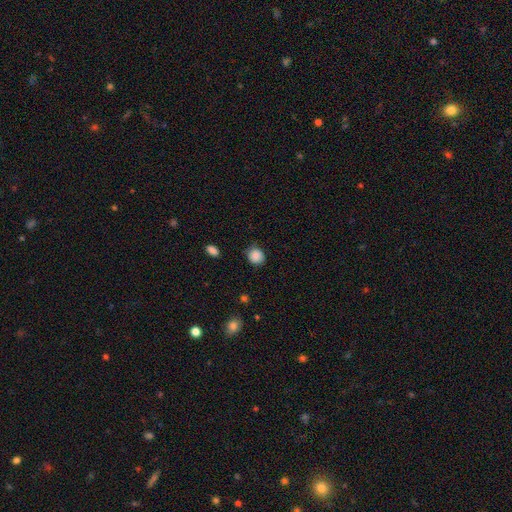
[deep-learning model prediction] Smooth or featured? smooth (87%)
How rounded? round (82%)
Merging? none (81%)